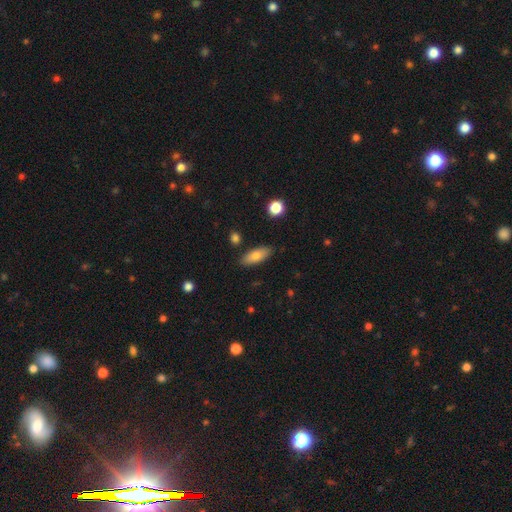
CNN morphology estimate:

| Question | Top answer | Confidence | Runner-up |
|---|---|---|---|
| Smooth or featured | smooth | 79% | featured or disk (14%) |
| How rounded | in between | 74% | cigar-shaped (23%) |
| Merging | none | 86% | minor disturbance (10%) |